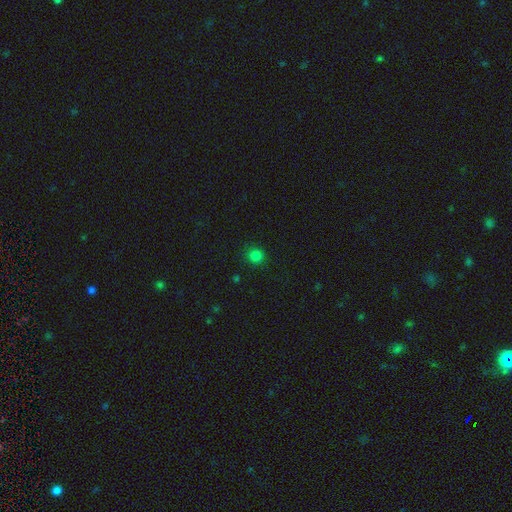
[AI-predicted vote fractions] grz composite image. It shows a smooth galaxy with no disk features (81%) that is round (92%). Merging: none (89%).